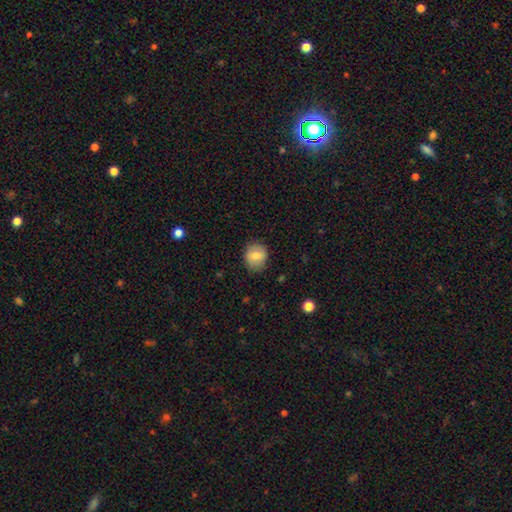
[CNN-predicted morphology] Q: Smooth or featured?
A: smooth (77%); runner-up: featured or disk (15%)
Q: How rounded?
A: round (73%); runner-up: in between (26%)
Q: Merging?
A: none (83%); runner-up: minor disturbance (13%)